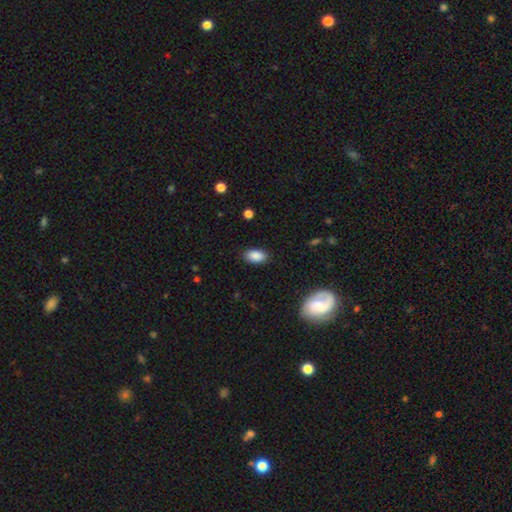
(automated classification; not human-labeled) This is clearly a smooth galaxy (88%). How rounded: clearly in between (92%). Merging: clearly none (87%).